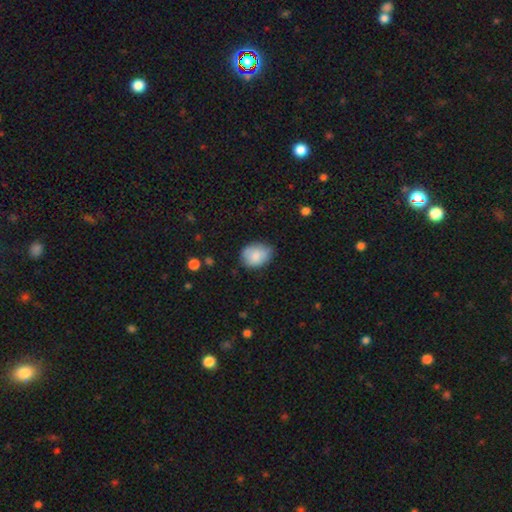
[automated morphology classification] Q: Smooth or featured?
A: smooth (84%); runner-up: featured or disk (9%)
Q: How rounded?
A: in between (59%); runner-up: round (40%)
Q: Merging?
A: none (67%); runner-up: minor disturbance (27%)